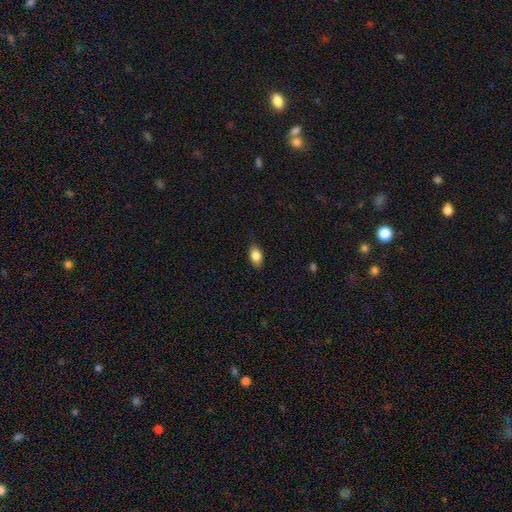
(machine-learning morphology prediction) Smooth or featured: smooth — 84% (featured or disk — 8%)
How rounded: in between — 89% (round — 8%)
Merging: none — 86% (minor disturbance — 11%)